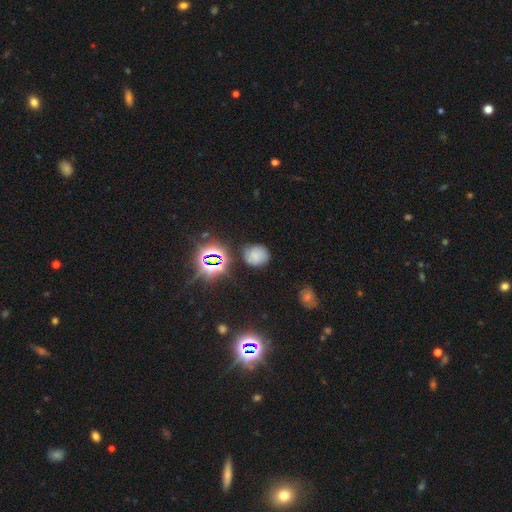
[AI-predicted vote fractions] The model was most divided on "smooth or featured": smooth: 60%, star or artifact: 22%, featured or disk: 18%. More confident: how rounded — round (77%); merging — none (72%).